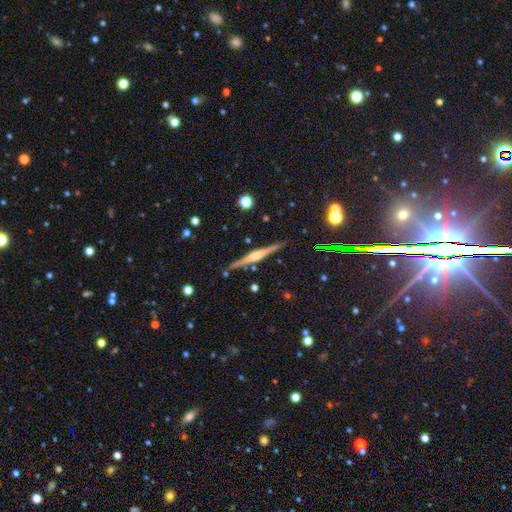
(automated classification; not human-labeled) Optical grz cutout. It shows a featured or disk galaxy (74%) viewed edge-on (98%) with a rounded central bulge (69%). Merging: none (88%).